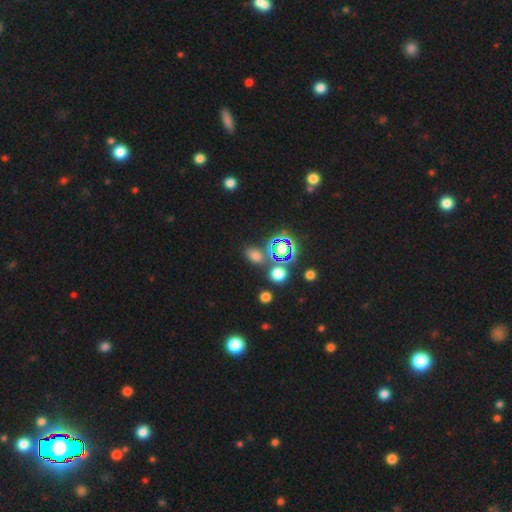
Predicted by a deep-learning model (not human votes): Overall: smooth (60%; star or artifact 32%). How rounded: in between (67%; round 31%). Merging: none (74%).